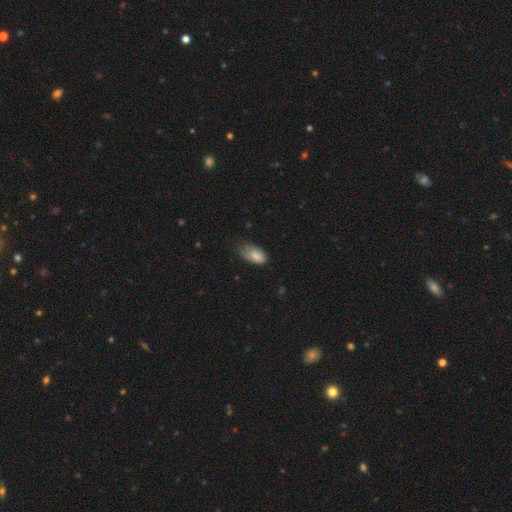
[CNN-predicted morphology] This is likely a smooth galaxy (80%). How rounded: clearly in between (93%). Merging: marginally minor disturbance (44%).